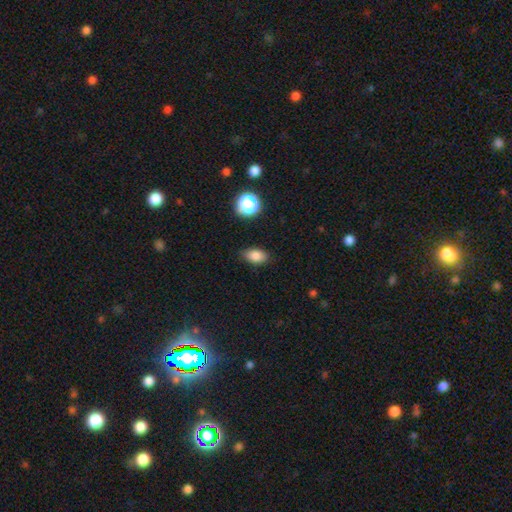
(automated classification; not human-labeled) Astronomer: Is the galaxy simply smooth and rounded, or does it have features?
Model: smooth — 83%.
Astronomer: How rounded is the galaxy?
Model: in between — 86%.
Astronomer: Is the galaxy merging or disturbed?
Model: none — 81%.